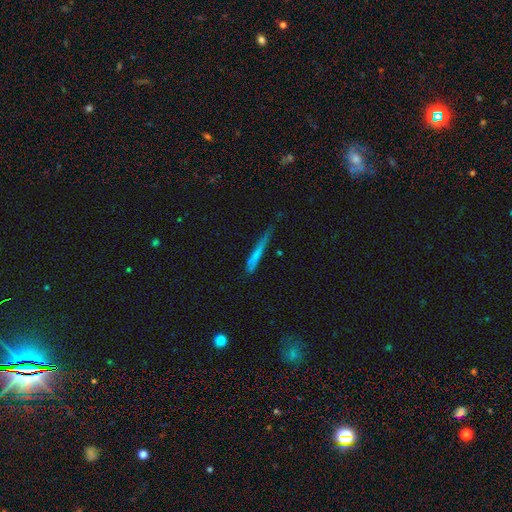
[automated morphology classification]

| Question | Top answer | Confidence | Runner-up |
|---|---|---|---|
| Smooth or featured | smooth | 65% | featured or disk (27%) |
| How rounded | cigar-shaped | 94% | in between (4%) |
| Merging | none | 64% | minor disturbance (25%) |